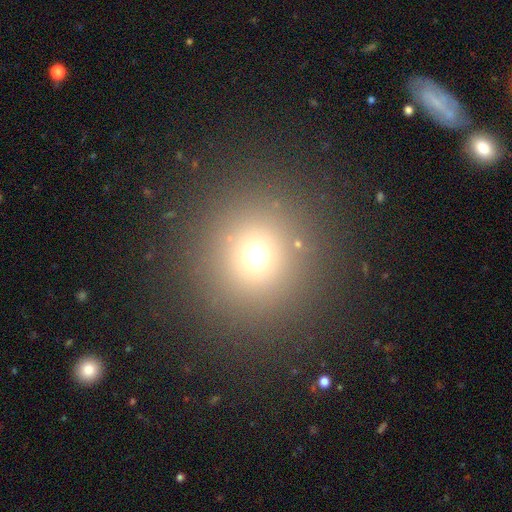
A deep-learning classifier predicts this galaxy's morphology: Overall: smooth (66%). How rounded: round (93%). Merging: none (88%).